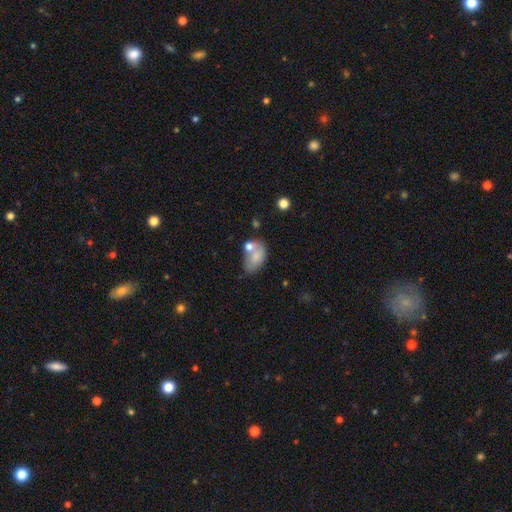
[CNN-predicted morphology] Smooth or featured?
  - smooth: 69% *
  - featured or disk: 22%
  - star or artifact: 9%
How rounded?
  - in between: 86% *
  - round: 13%
  - cigar-shaped: 2%
Merging?
  - merger: 36% *
  - none: 30%
  - minor disturbance: 21%
  - major disturbance: 13%